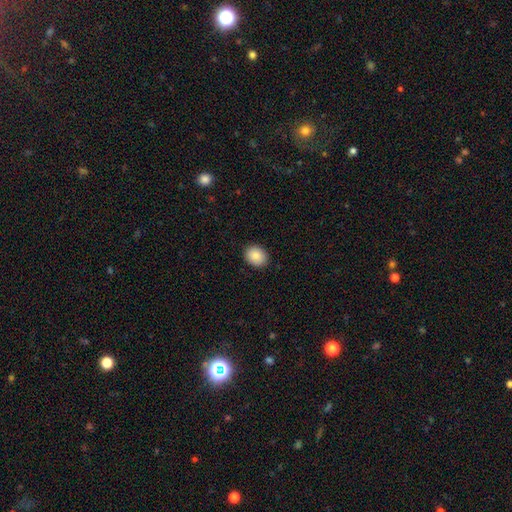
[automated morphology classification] A smooth galaxy with no disk features (85%) that is in between round and cigar-shaped (53%).

Vote fractions:
- Smooth or featured? smooth: 85% / star or artifact: 8% / featured or disk: 7%
- How rounded? in between: 53% / round: 46% / cigar-shaped: 1%
- Merging? none: 90% / minor disturbance: 7% / major disturbance: 2% / merger: 1%